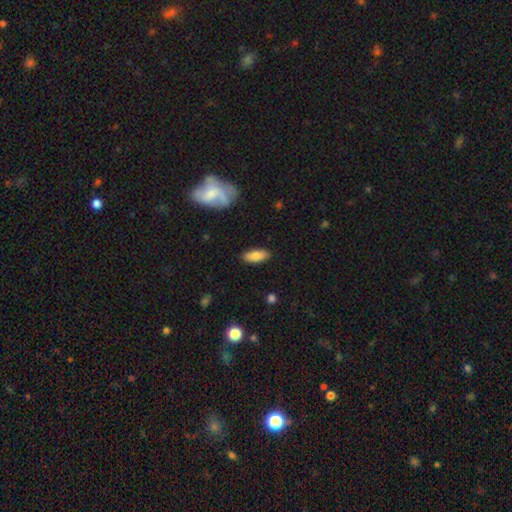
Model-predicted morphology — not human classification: type=smooth (82%); roundness=in between (81%); merging=none (87%).